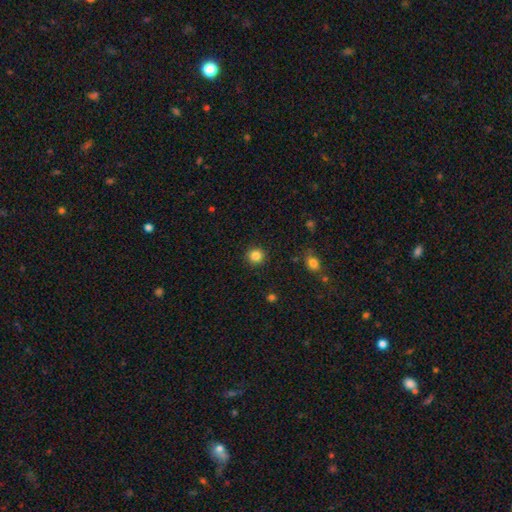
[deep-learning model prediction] smooth_or_featured: smooth (p=0.84) [alt: star or artifact p=0.12]
how_rounded: round (p=0.92) [alt: in between p=0.07]
merging: none (p=0.91) [alt: minor disturbance p=0.06]